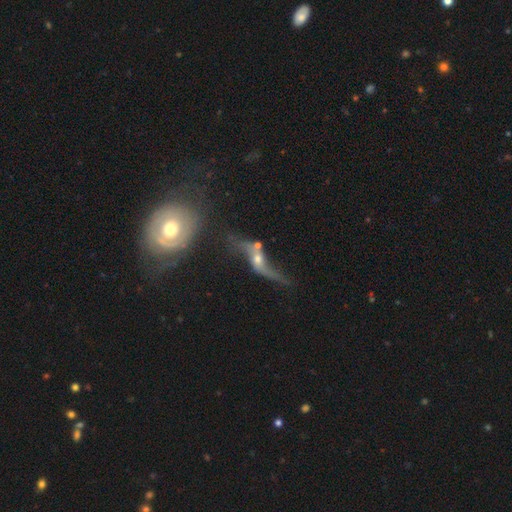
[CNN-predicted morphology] This is likely a featured or disk galaxy (75%). It is likely not viewed edge-on (69%). Bar: possibly no (60%). Spiral arm pattern: likely yes (72%). Central bulge: marginally moderate (44%). Merging: marginally none (40%).